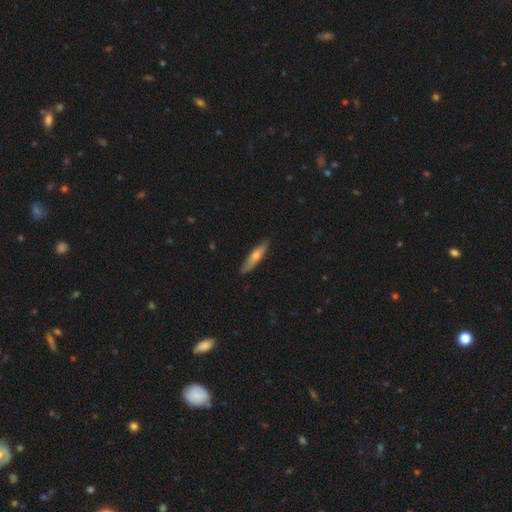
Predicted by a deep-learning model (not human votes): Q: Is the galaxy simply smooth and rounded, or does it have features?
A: smooth — 50%.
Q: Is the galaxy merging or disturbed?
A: none — 88%.